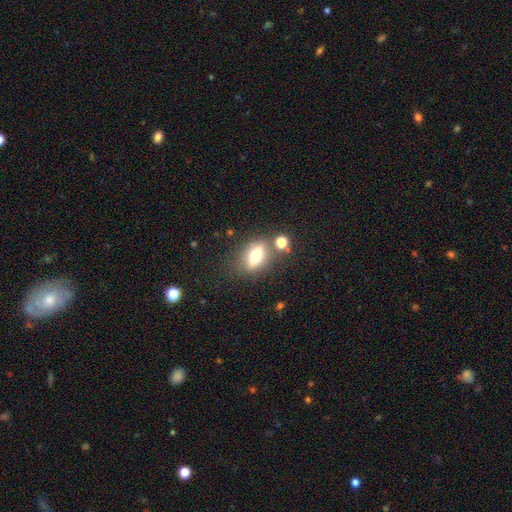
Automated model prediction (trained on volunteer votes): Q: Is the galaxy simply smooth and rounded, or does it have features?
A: smooth — 58%.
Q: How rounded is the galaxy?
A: in between — 73%.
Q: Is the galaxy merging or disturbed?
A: none — 73%.